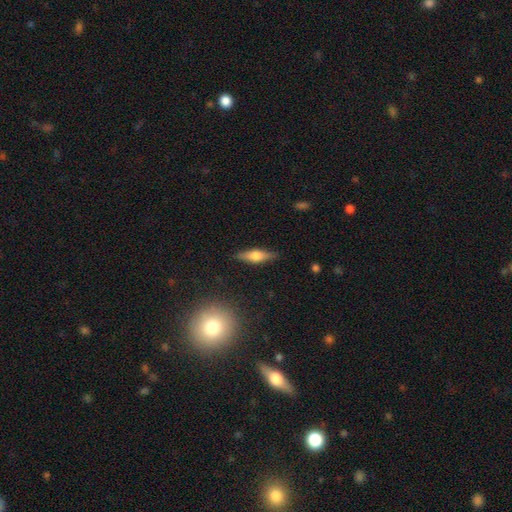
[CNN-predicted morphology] This appears to be a smooth galaxy with no disk features (51%) that is cigar-shaped (55%). Merging: none (87%).